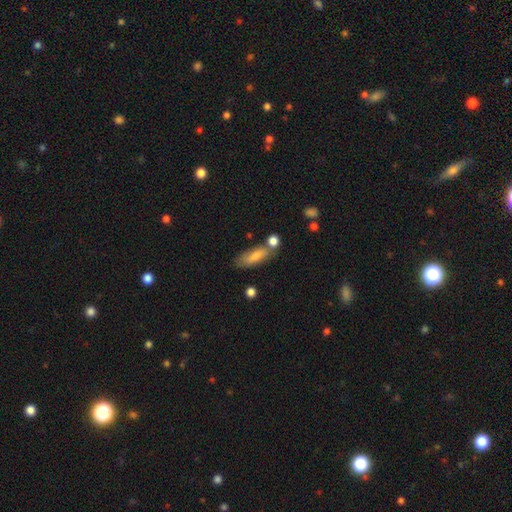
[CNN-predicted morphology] The model was most divided on "how rounded": in between: 60%, cigar-shaped: 37%, round: 3%. More confident: smooth or featured — smooth (77%); merging — none (61%).